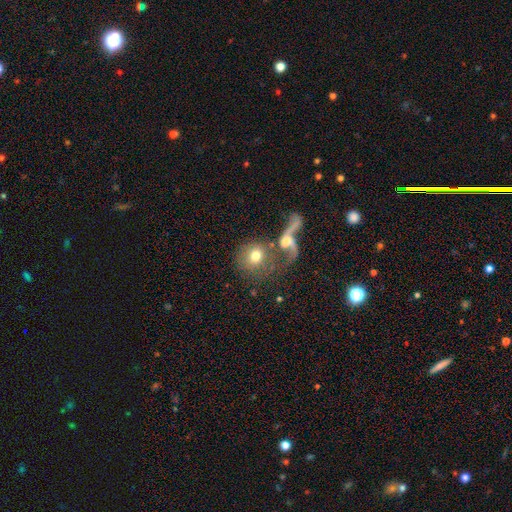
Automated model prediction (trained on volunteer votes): A smooth galaxy with no disk features (60%) that is round (80%).

Vote fractions:
- Smooth or featured? smooth: 60% / featured or disk: 30% / star or artifact: 10%
- How rounded? round: 80% / in between: 18% / cigar-shaped: 2%
- Merging? merger: 41% / none: 37% / major disturbance: 13% / minor disturbance: 10%